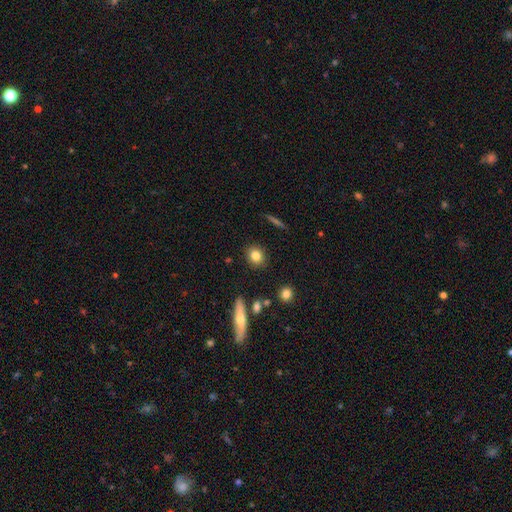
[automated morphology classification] A smooth galaxy with no disk features (82%) that is round (71%).

Vote fractions:
- Smooth or featured? smooth: 82% / star or artifact: 9% / featured or disk: 9%
- How rounded? round: 71% / in between: 27% / cigar-shaped: 3%
- Merging? none: 89% / minor disturbance: 7% / major disturbance: 2% / merger: 2%